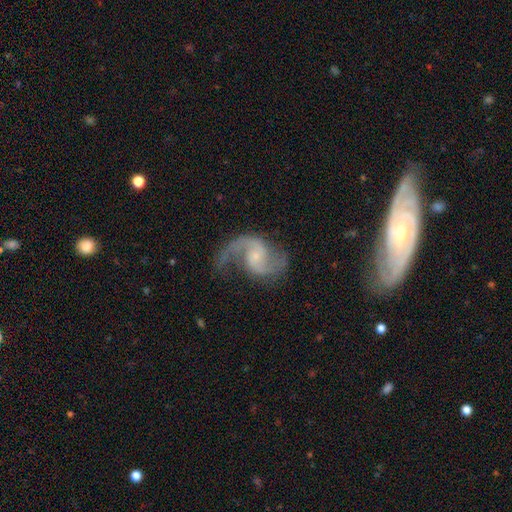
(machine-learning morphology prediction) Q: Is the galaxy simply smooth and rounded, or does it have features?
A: featured or disk — 90%.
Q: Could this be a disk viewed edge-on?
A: no — 98%.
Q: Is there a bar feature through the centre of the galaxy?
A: no — 50%.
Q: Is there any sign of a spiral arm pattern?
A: yes — 97%.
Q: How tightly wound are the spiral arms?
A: loose — 51%.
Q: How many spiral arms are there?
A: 2 — 89%.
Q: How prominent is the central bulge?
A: small — 61%.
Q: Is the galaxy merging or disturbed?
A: none — 66%.